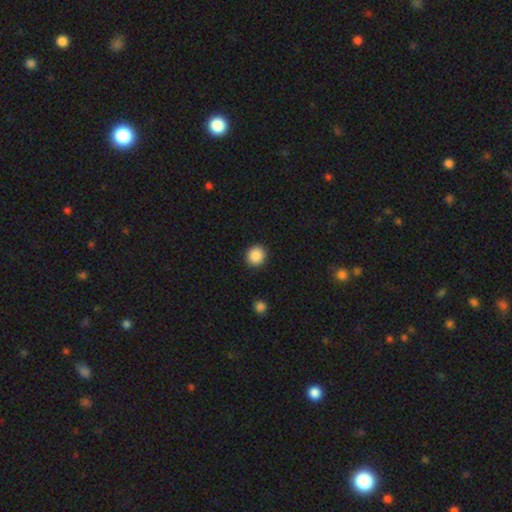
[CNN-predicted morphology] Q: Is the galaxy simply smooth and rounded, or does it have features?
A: smooth — 89%.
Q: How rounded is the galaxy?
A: round — 91%.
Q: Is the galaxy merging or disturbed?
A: none — 92%.